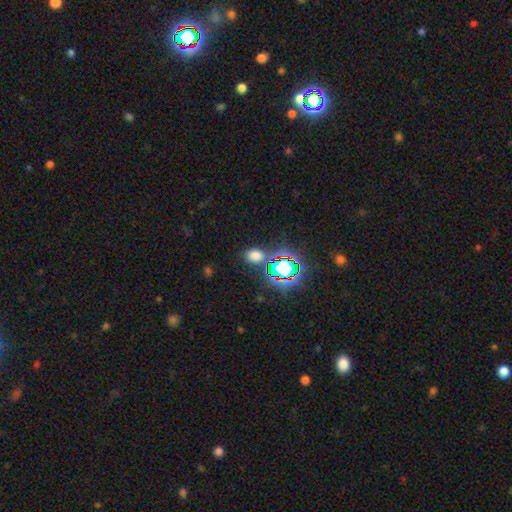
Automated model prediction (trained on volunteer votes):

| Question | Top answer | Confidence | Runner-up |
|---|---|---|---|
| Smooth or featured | smooth | 60% | star or artifact (33%) |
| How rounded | in between | 66% | round (32%) |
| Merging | none | 79% | minor disturbance (12%) |